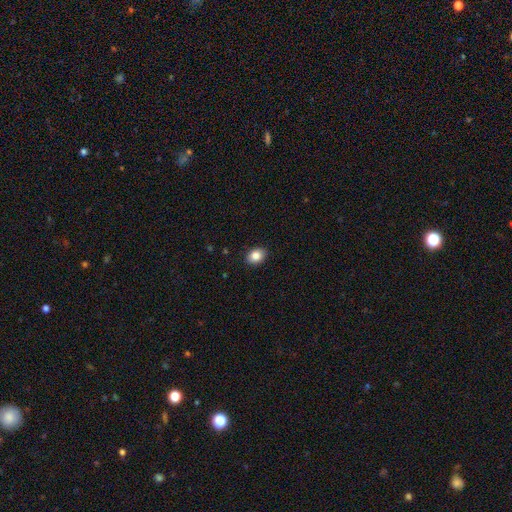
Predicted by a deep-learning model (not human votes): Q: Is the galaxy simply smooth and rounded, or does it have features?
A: smooth — 86%.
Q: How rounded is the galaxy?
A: in between — 71%.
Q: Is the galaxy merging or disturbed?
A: none — 90%.